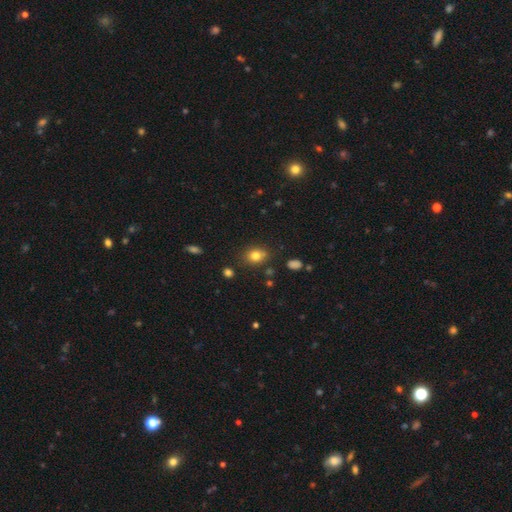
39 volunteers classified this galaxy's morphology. Smooth or featured? smooth (85%)
How rounded? in between (73%)
Merging? none (78%)